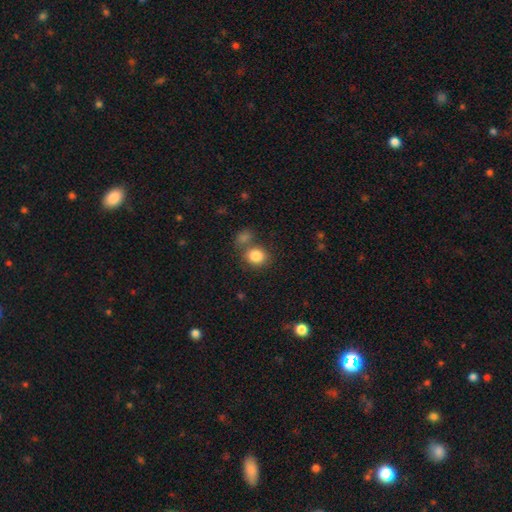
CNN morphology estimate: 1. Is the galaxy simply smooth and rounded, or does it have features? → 85% smooth, 9% star or artifact, 6% featured or disk.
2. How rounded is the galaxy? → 66% round, 33% in between, 1% cigar-shaped.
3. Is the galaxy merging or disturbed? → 60% none, 24% merger, 11% minor disturbance, 4% major disturbance.